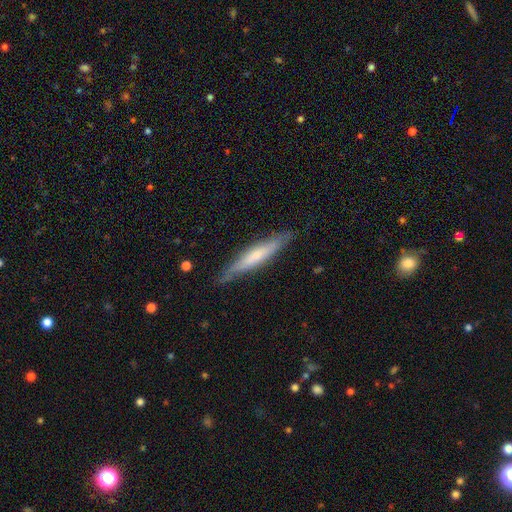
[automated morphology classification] Smooth or featured: featured or disk — 48% (smooth — 46%)
Merging: none — 81% (minor disturbance — 15%)